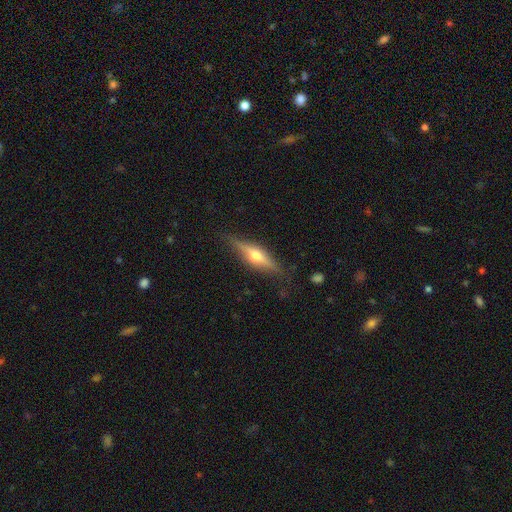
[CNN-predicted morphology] The model was most divided on "smooth or featured": featured or disk: 67%, smooth: 26%, star or artifact: 7%. More confident: edge-on disk — yes (95%); edge-on bulge — rounded (93%); merging — none (84%).